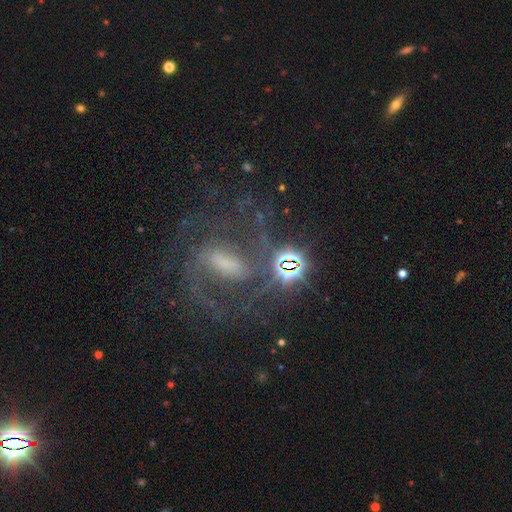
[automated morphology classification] smooth_or_featured: featured or disk (p=0.78) [alt: star or artifact p=0.13]
disk_edge_on: no (p=0.94) [alt: yes p=0.06]
bar: strong (p=0.47) [alt: weak p=0.40]
has_spiral_arms: yes (p=0.90) [alt: no p=0.10]
spiral_winding: medium (p=0.52) [alt: tight p=0.27]
spiral_arm_count: 2 (p=0.79) [alt: can't tell p=0.11]
bulge_size: small (p=0.42) [alt: moderate p=0.31]
merging: none (p=0.57) [alt: merger p=0.15]